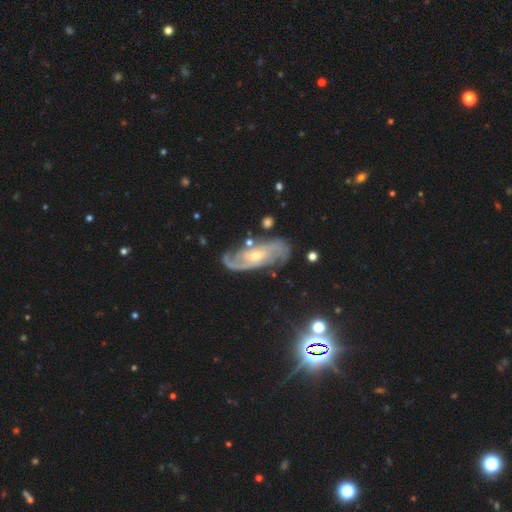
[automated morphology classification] Smooth or featured: featured or disk — 87% (star or artifact — 7%)
Edge-on disk: no — 94% (yes — 6%)
Bar: no — 52% (weak — 37%)
Spiral arms: yes — 97% (no — 3%)
Spiral winding: medium — 46% (tight — 41%)
Spiral arm count: 2 — 65% (can't tell — 13%)
Bulge size: small — 58% (moderate — 38%)
Merging: none — 74% (minor disturbance — 17%)